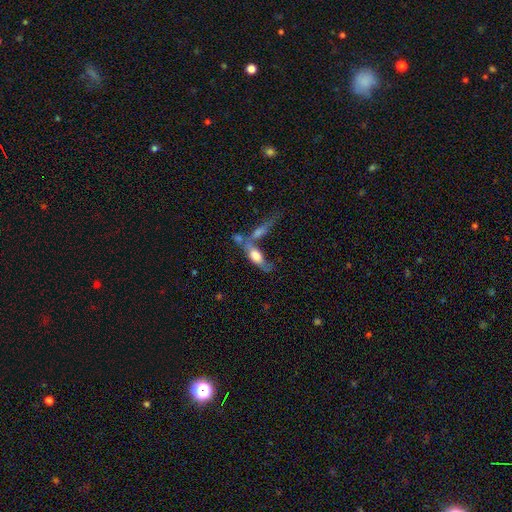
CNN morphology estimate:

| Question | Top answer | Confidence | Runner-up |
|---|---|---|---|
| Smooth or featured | smooth | 56% | featured or disk (36%) |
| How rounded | in between | 66% | cigar-shaped (30%) |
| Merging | merger | 50% | none (28%) |